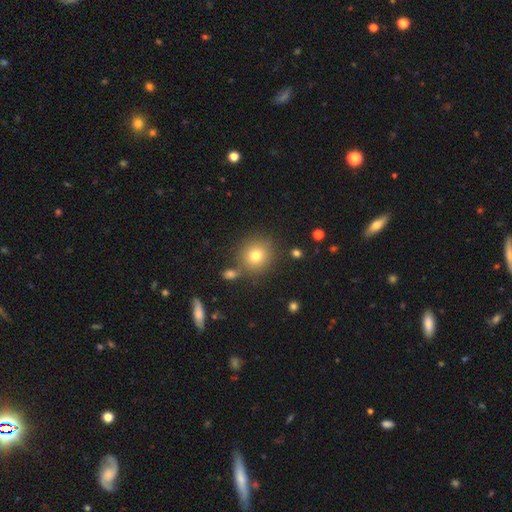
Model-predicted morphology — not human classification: Smooth or featured?
  - smooth: 76% *
  - star or artifact: 13%
  - featured or disk: 11%
How rounded?
  - round: 91% *
  - in between: 8%
  - cigar-shaped: 1%
Merging?
  - none: 79% *
  - minor disturbance: 9%
  - merger: 8%
  - major disturbance: 4%